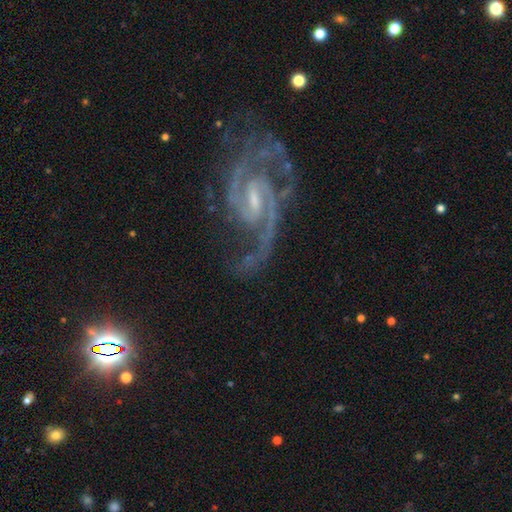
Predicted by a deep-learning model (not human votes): A featured or disk galaxy (90%) with a weak bar (49%), 2 (71%) medium (55%) spiral arms (98%) and a small central bulge (71%). Merging: none (65%).